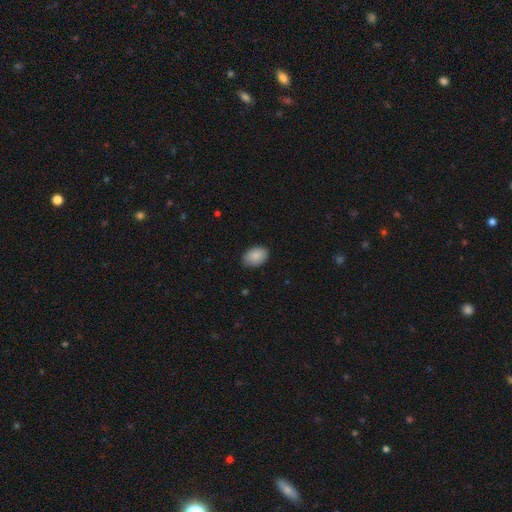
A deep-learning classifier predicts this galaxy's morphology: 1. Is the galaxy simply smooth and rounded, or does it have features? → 88% smooth, 7% star or artifact, 5% featured or disk.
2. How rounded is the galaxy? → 86% in between, 13% round, 1% cigar-shaped.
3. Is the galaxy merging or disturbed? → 83% none, 13% minor disturbance, 2% major disturbance, 1% merger.